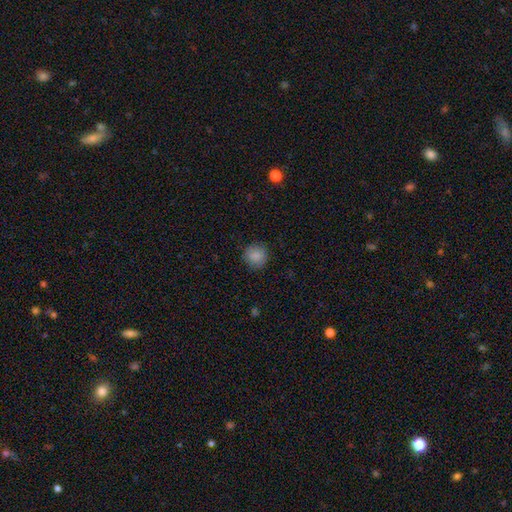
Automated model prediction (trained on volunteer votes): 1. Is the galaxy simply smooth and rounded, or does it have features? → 86% smooth, 9% star or artifact, 5% featured or disk.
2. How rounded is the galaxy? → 92% round, 7% in between, 1% cigar-shaped.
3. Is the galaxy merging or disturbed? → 87% none, 9% minor disturbance, 3% major disturbance, 1% merger.